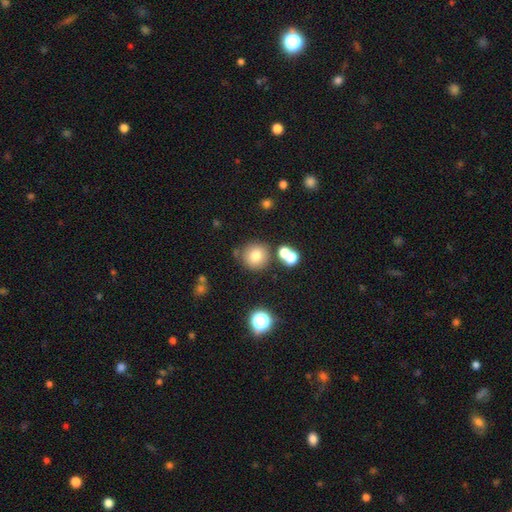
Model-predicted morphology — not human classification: A smooth galaxy with no disk features (75%) that is round (92%).

Vote fractions:
- Smooth or featured? smooth: 75% / star or artifact: 14% / featured or disk: 10%
- How rounded? round: 92% / in between: 8% / cigar-shaped: 1%
- Merging? none: 75% / merger: 12% / minor disturbance: 10% / major disturbance: 3%